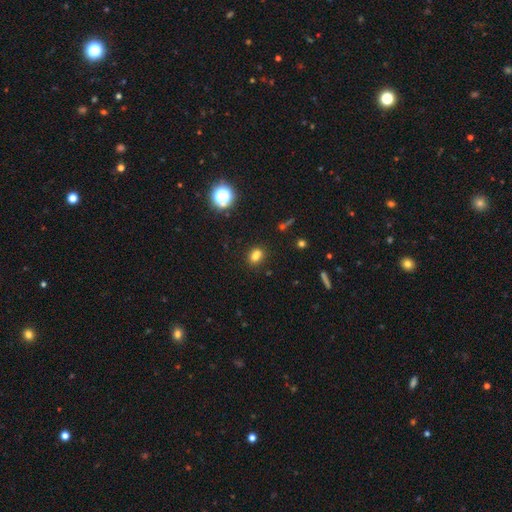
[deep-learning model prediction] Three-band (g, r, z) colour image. It shows a smooth galaxy with no disk features (72%) that is in between round and cigar-shaped (51%). Merging: none (60%).